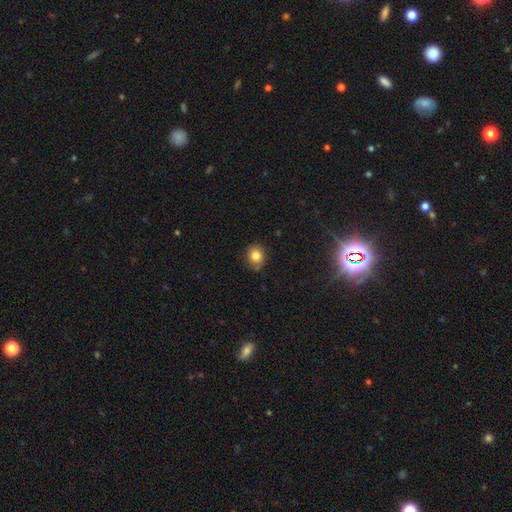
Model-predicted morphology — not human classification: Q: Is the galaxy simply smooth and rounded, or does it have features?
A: smooth — 82%.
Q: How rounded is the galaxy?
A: round — 80%.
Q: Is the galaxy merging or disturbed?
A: none — 77%.